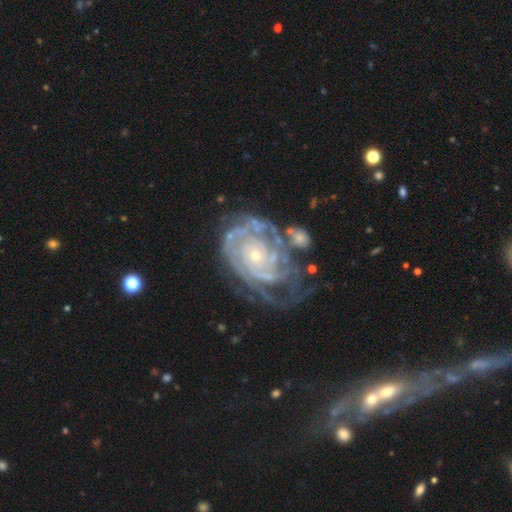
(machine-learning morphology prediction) featured or disk 88%, smooth 6%, star or artifact 6%. Down the decision tree: edge-on disk — no (97%); bar — no (81%); spiral arms — yes (93%); spiral arm count — can't tell (38%); spiral winding — tight (77%); bulge size — small (78%); merging — none (48%).